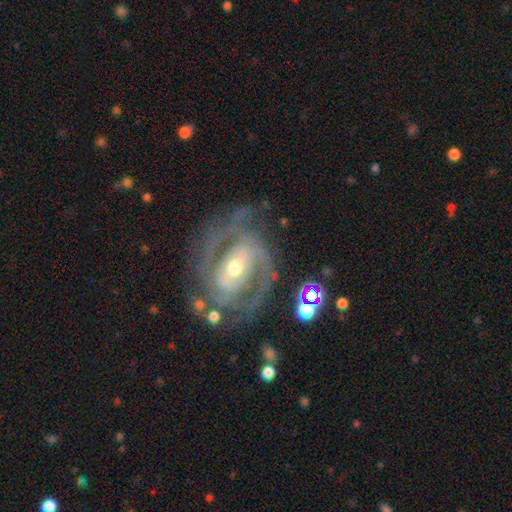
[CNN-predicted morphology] smooth-or-featured: featured or disk: 89% | star or artifact: 6% | smooth: 5%
  disk-edge-on: no: 97% | yes: 3%
    bar: strong: 40% | weak: 36% | no: 24%
    has-spiral-arms: yes: 95% | no: 5%
      spiral-winding: tight: 52% | medium: 40% | loose: 8%
      spiral-arm-count: 2: 63% | 3: 15% | can't tell: 12% | 4: 4% | 1: 3% | more than 4: 3%
    bulge-size: moderate: 48% | small: 47% | large: 3% | none: 1% | dominant: 1%
  merging: none: 70% | minor disturbance: 16% | major disturbance: 11% | merger: 3%